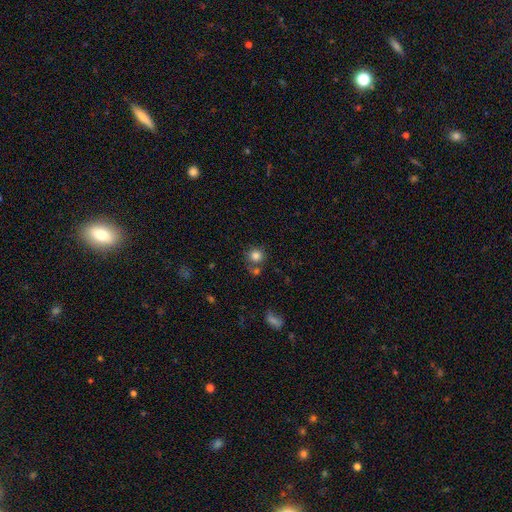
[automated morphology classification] This appears to be a smooth galaxy with no disk features (82%) that is round (89%). Merging: none (66%).